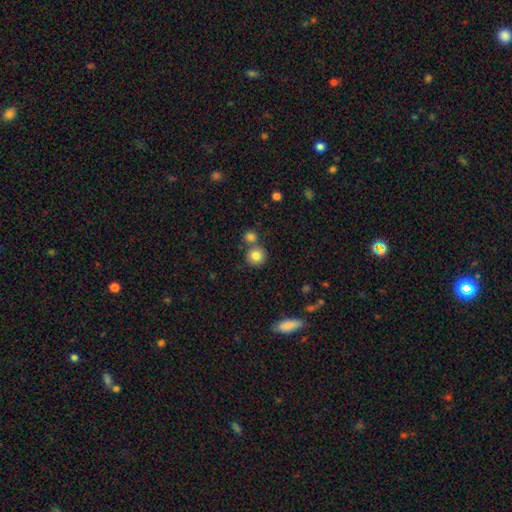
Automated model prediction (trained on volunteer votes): A smooth galaxy with no disk features (82%) that is round (91%).

Vote fractions:
- Smooth or featured? smooth: 82% / star or artifact: 10% / featured or disk: 8%
- How rounded? round: 91% / in between: 8% / cigar-shaped: 1%
- Merging? none: 66% / merger: 23% / minor disturbance: 8% / major disturbance: 3%